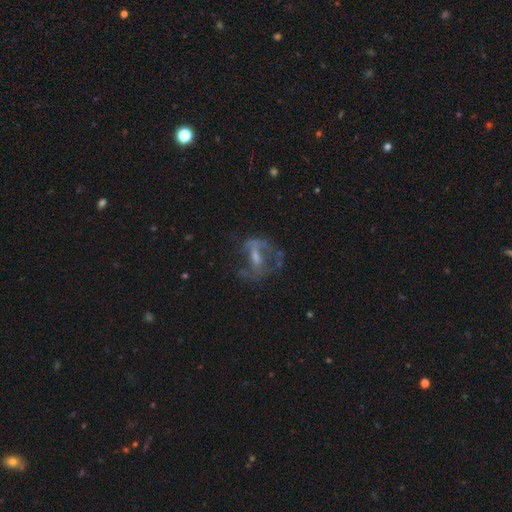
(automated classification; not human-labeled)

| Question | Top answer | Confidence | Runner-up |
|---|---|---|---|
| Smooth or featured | featured or disk | 72% | smooth (17%) |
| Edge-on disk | no | 95% | yes (5%) |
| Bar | weak | 43% | no (33%) |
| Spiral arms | yes | 66% | no (34%) |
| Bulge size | small | 40% | moderate (38%) |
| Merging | none | 47% | major disturbance (30%) |